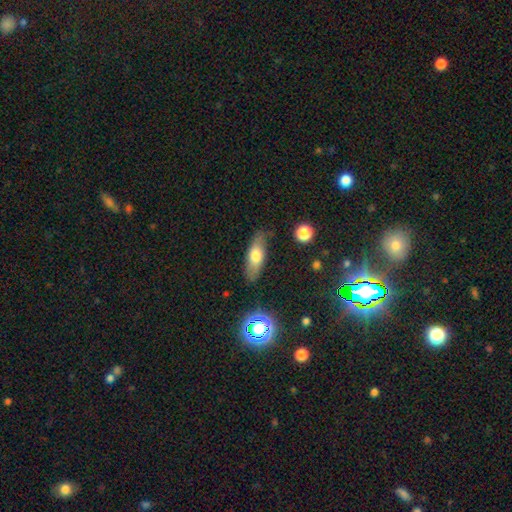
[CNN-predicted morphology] type=smooth (66%); roundness=in between (63%); merging=none (79%).